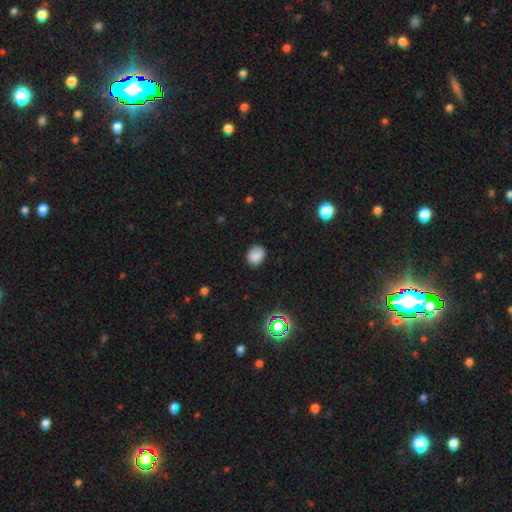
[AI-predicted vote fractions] Smooth or featured? smooth (84%)
How rounded? round (51%)
Merging? none (82%)